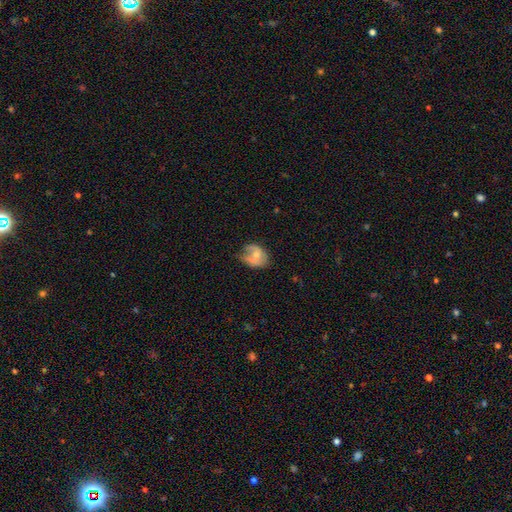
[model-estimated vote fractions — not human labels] This appears to be a smooth galaxy with no disk features (50%). Merging: none (41%).